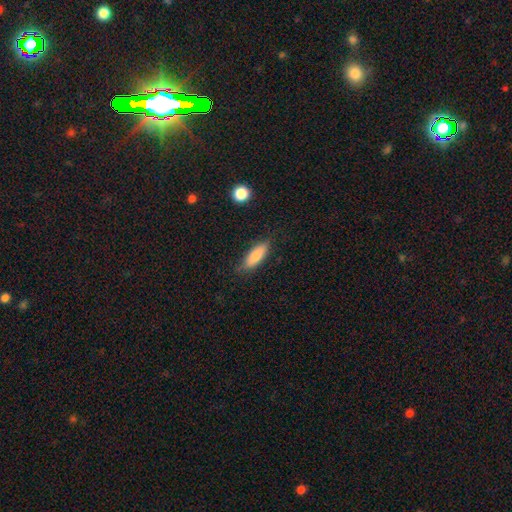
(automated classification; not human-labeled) Morphology: type=smooth (81%); roundness=in between (60%); merging=none (80%).